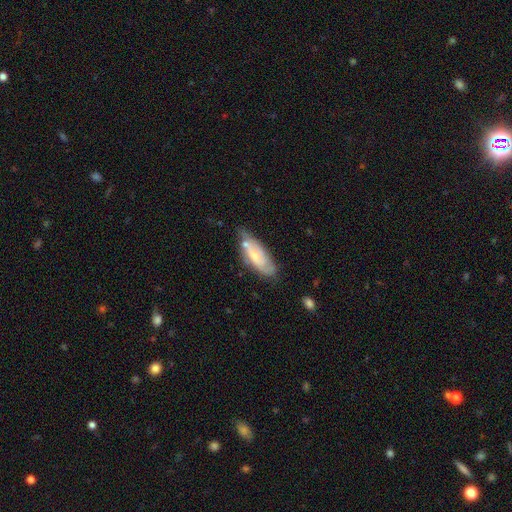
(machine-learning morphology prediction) smooth-or-featured: featured or disk: 52% | smooth: 42% | star or artifact: 6%
  disk-edge-on: no: 83% | yes: 17%
  merging: none: 53% | minor disturbance: 29% | merger: 10% | major disturbance: 9%